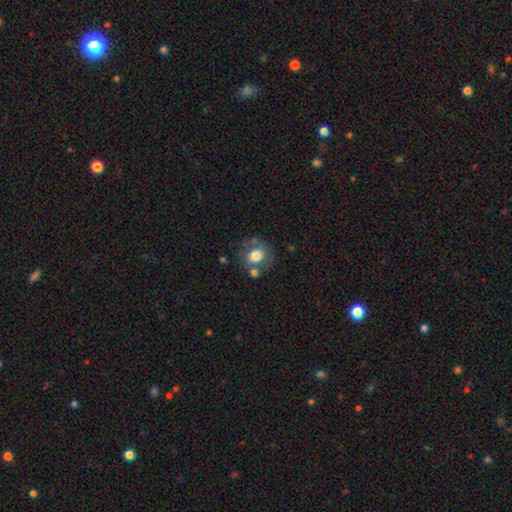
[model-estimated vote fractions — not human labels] A smooth galaxy with no disk features (70%) that is round (74%).

Vote fractions:
- Smooth or featured? smooth: 70% / featured or disk: 20% / star or artifact: 9%
- How rounded? round: 74% / in between: 25% / cigar-shaped: 1%
- Merging? none: 62% / minor disturbance: 17% / merger: 14% / major disturbance: 7%